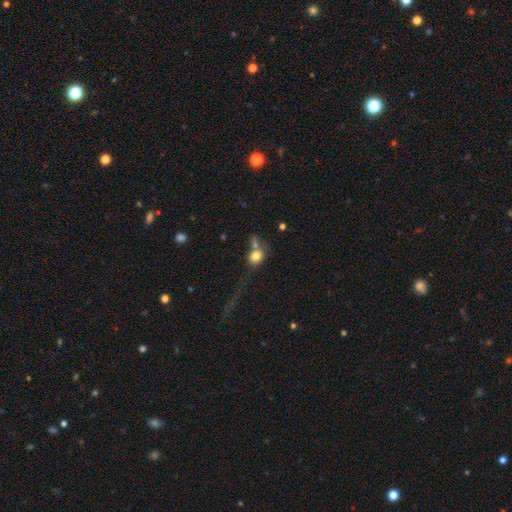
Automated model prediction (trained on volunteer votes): This appears to be a smooth galaxy with no disk features (77%) that is round (66%). Merging: merger (39%).